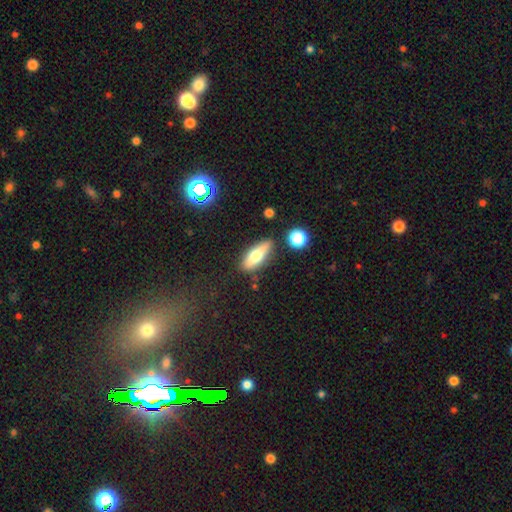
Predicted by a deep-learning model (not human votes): A smooth galaxy with no disk features (56%) that is in between round and cigar-shaped (54%).

Vote fractions:
- Smooth or featured? smooth: 56% / featured or disk: 37% / star or artifact: 7%
- How rounded? in between: 54% / cigar-shaped: 43% / round: 4%
- Merging? none: 80% / minor disturbance: 12% / merger: 5% / major disturbance: 3%